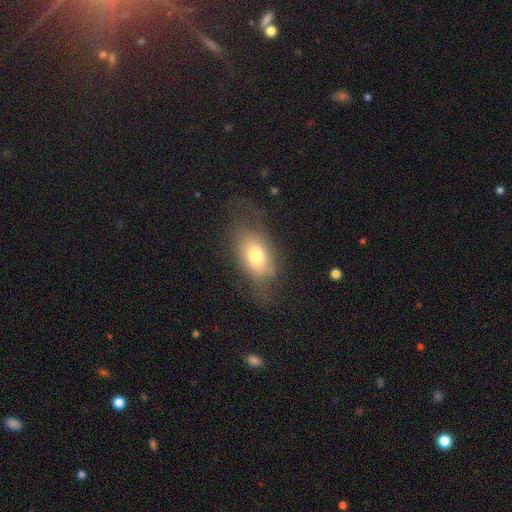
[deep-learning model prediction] This is likely a smooth galaxy (71%). How rounded: clearly in between (83%). Merging: possibly none (59%).